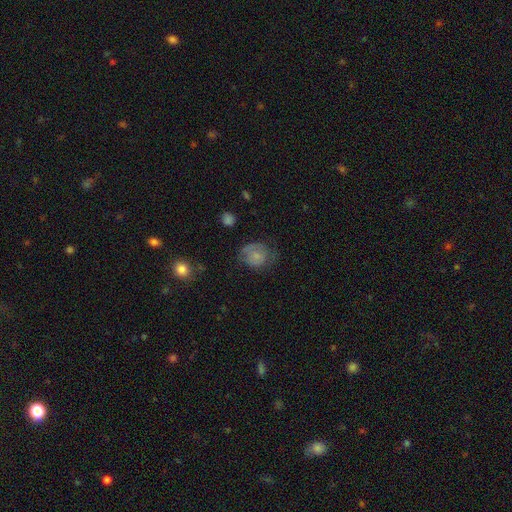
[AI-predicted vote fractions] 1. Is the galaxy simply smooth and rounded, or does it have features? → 60% smooth, 32% featured or disk, 9% star or artifact.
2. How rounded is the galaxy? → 69% round, 30% in between, 1% cigar-shaped.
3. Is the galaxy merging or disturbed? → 51% none, 28% minor disturbance, 18% major disturbance, 2% merger.